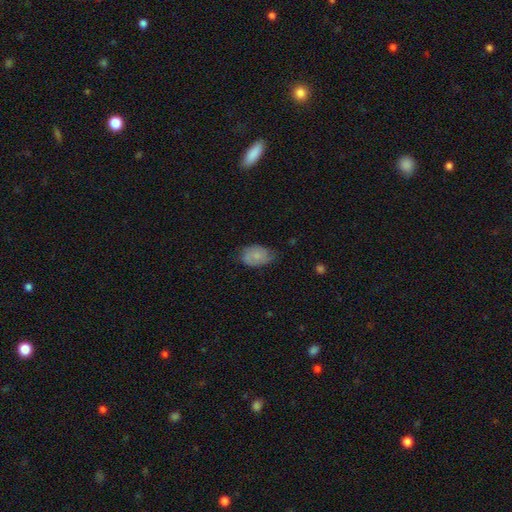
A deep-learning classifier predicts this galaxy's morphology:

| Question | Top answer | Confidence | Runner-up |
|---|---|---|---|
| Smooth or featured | smooth | 69% | featured or disk (24%) |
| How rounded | in between | 84% | round (15%) |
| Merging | none | 52% | minor disturbance (38%) |